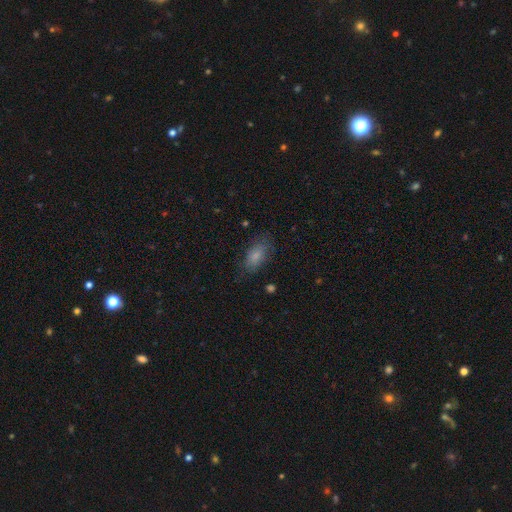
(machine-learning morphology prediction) A smooth galaxy with no disk features (80%) that is in between round and cigar-shaped (88%).

Vote fractions:
- Smooth or featured? smooth: 80% / featured or disk: 12% / star or artifact: 8%
- How rounded? in between: 88% / cigar-shaped: 7% / round: 5%
- Merging? none: 70% / minor disturbance: 21% / major disturbance: 8% / merger: 1%